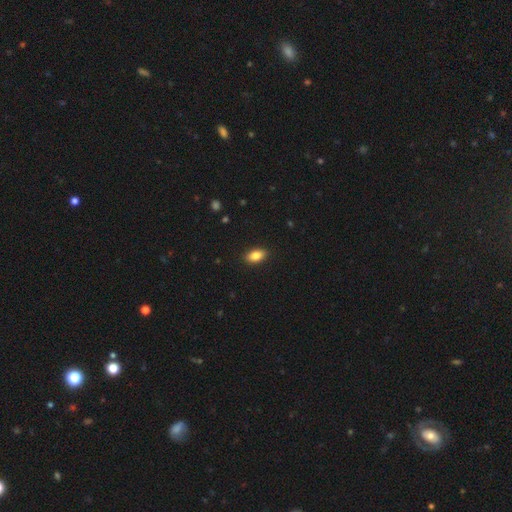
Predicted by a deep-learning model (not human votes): smooth 85%, star or artifact 8%, featured or disk 7%. Down the decision tree: how rounded — in between (90%); merging — none (90%).